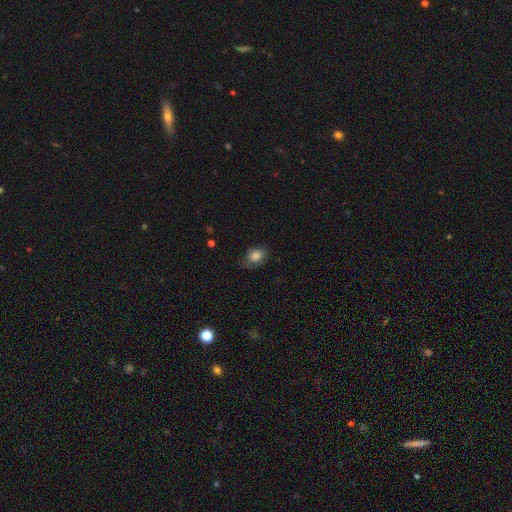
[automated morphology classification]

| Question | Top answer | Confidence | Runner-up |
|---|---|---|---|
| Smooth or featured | smooth | 80% | featured or disk (10%) |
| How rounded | in between | 65% | round (34%) |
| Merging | none | 59% | minor disturbance (28%) |